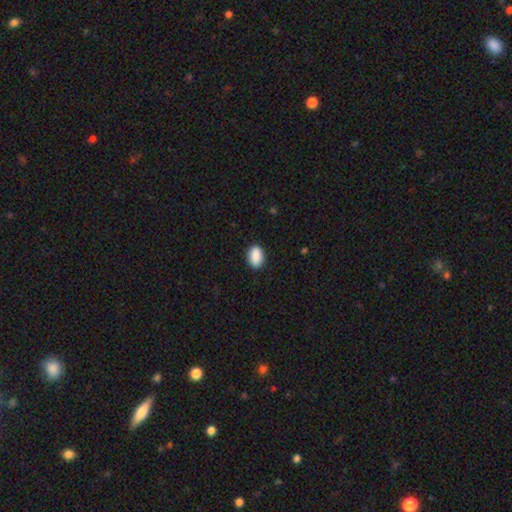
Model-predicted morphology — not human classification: A smooth galaxy with no disk features (90%) that is in between round and cigar-shaped (88%). Merging: none (88%).